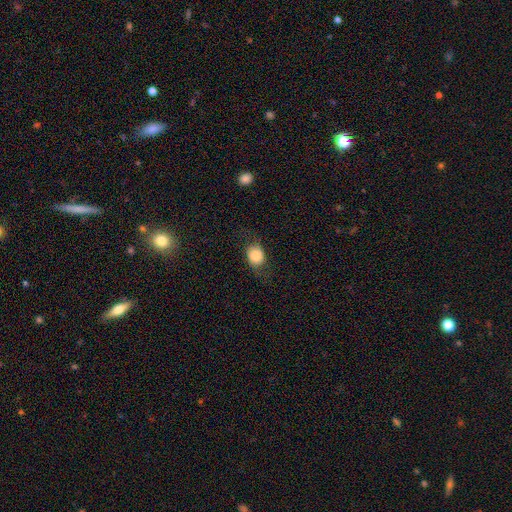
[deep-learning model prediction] smooth-or-featured: smooth: 78% | featured or disk: 14% | star or artifact: 8%
  how-rounded: round: 52% | in between: 47% | cigar-shaped: 1%
  merging: none: 67% | minor disturbance: 21% | major disturbance: 11% | merger: 1%